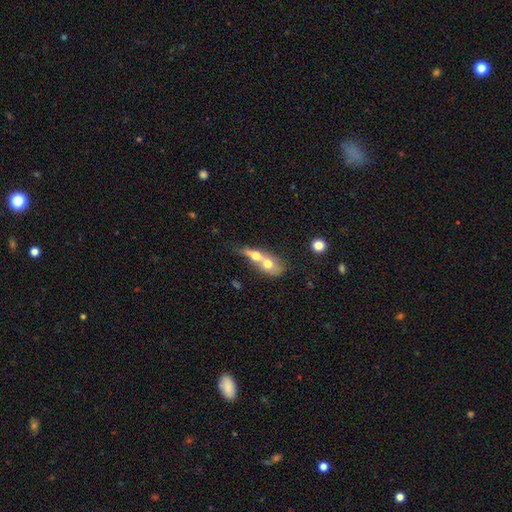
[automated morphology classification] Smooth or featured? smooth (57%)
How rounded? in between (49%)
Merging? merger (76%)